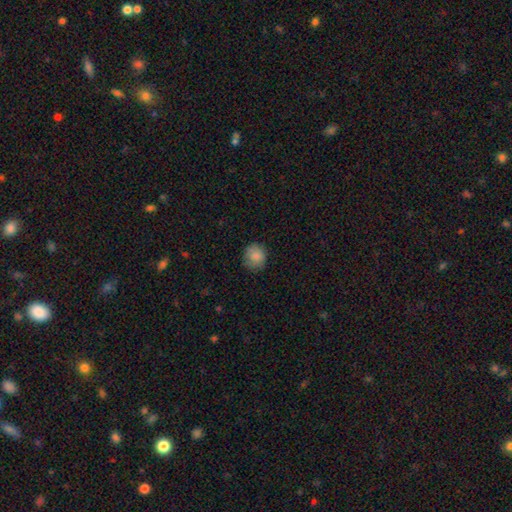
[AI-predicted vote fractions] smooth 86%, star or artifact 8%, featured or disk 6%. Down the decision tree: how rounded — round (76%); merging — none (81%).